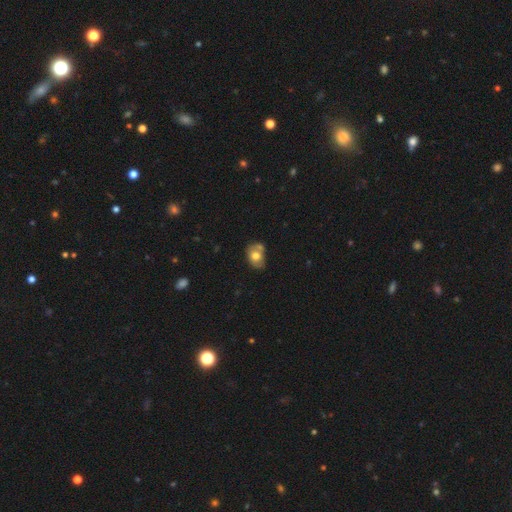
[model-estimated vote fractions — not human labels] The model was most divided on "merging": none: 44%, merger: 28%, minor disturbance: 21%, major disturbance: 7%. More confident: smooth or featured — smooth (68%); how rounded — in between (63%).